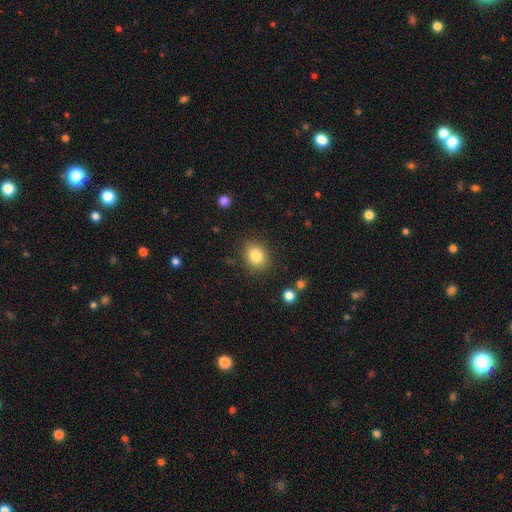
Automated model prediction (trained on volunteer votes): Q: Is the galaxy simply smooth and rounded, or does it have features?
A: smooth — 83%.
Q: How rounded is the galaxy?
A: round — 57%.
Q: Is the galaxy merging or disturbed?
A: none — 86%.